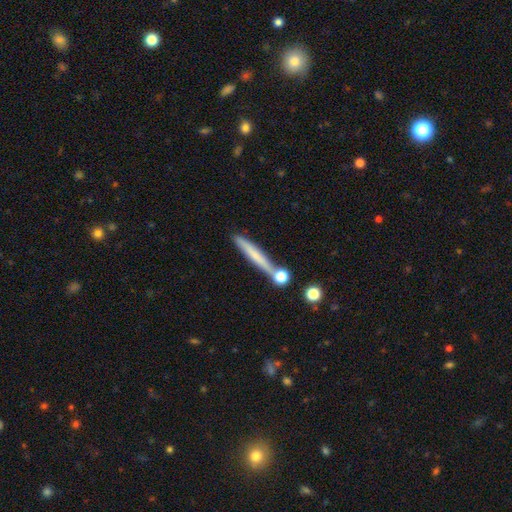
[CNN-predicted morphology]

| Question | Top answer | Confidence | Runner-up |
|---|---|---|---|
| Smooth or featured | smooth | 58% | featured or disk (34%) |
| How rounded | cigar-shaped | 93% | in between (4%) |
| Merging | none | 70% | merger (13%) |